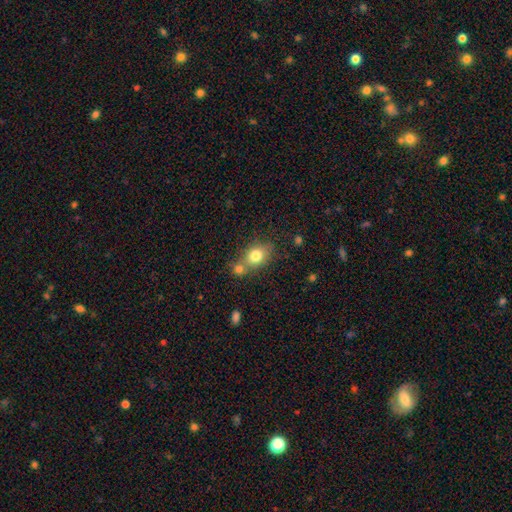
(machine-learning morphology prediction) type=smooth (79%); roundness=in between (58%); merging=none (50%).